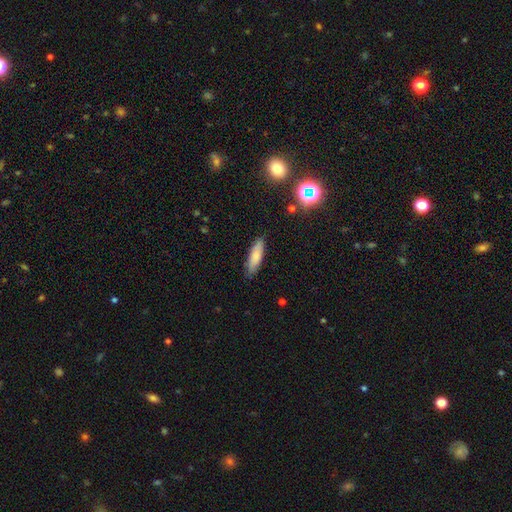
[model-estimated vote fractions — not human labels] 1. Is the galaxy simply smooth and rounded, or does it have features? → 78% smooth, 15% featured or disk, 7% star or artifact.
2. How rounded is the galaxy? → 59% cigar-shaped, 39% in between, 2% round.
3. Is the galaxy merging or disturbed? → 85% none, 12% minor disturbance, 2% major disturbance, 1% merger.